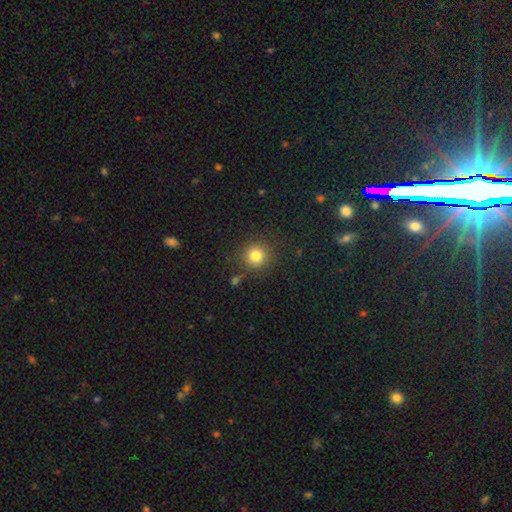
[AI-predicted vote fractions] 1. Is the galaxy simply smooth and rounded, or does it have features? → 81% smooth, 13% star or artifact, 6% featured or disk.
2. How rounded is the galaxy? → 93% round, 6% in between, 1% cigar-shaped.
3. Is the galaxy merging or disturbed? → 86% none, 8% minor disturbance, 3% major disturbance, 3% merger.